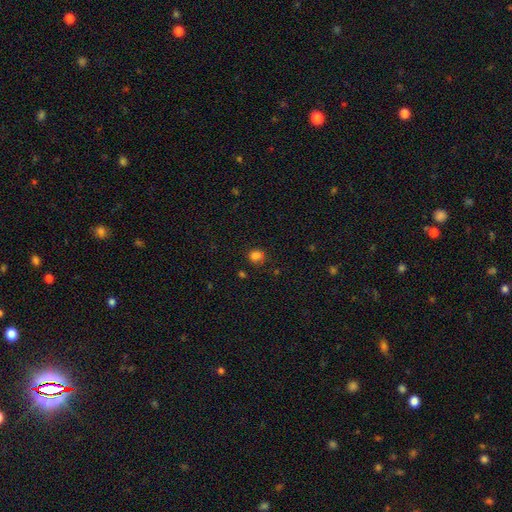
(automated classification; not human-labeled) This is likely a smooth galaxy (79%). How rounded: likely round (66%). Merging: likely none (69%).